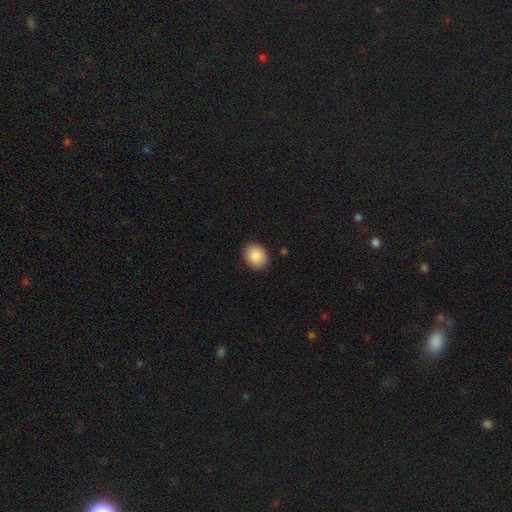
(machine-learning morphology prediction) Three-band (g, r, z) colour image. It shows a smooth galaxy with no disk features (87%) that is round (58%). Merging: none (90%).